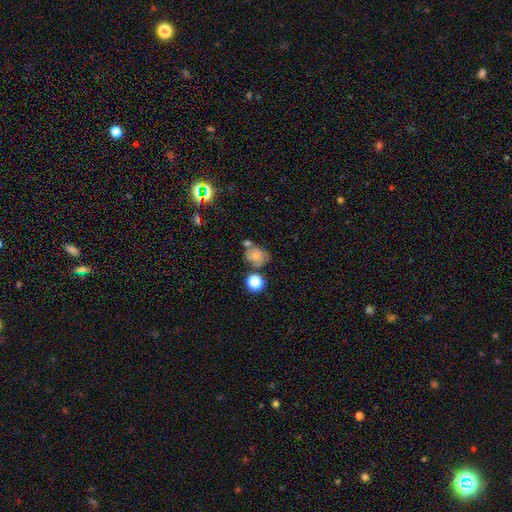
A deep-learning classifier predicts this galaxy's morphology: This appears to be a smooth galaxy with no disk features (55%) that is round (53%). Merging: none (46%).